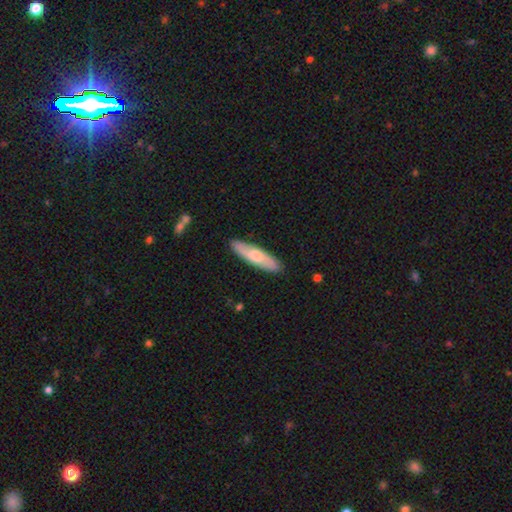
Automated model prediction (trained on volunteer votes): smooth-or-featured: smooth: 57% | featured or disk: 38% | star or artifact: 5%
  how-rounded: cigar-shaped: 75% | in between: 23% | round: 2%
  merging: none: 88% | minor disturbance: 9% | major disturbance: 2% | merger: 1%